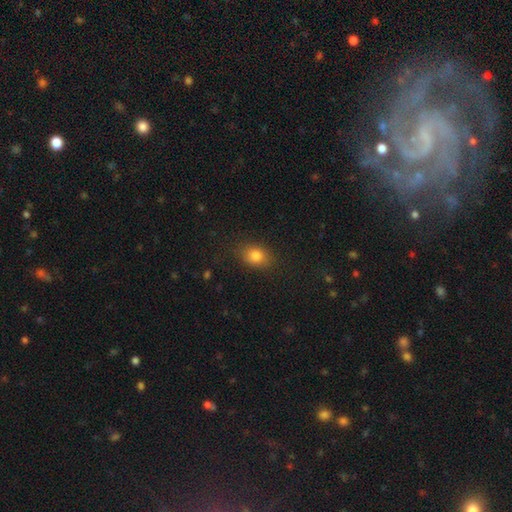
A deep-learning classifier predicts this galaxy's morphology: type=smooth (82%); roundness=in between (64%); merging=none (81%).